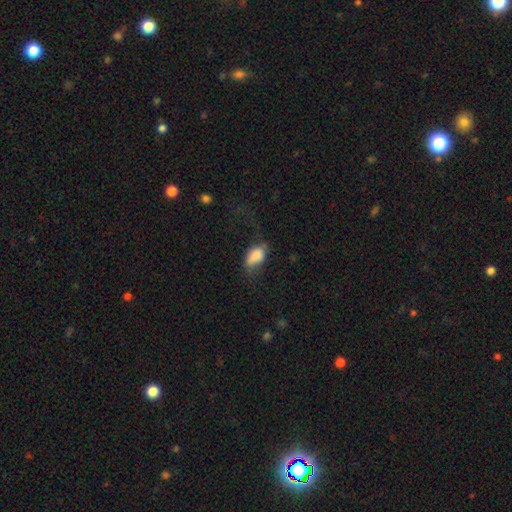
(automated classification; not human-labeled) Overall: smooth (77%). How rounded: in between (90%). Merging: major disturbance (37%; minor disturbance 30%).